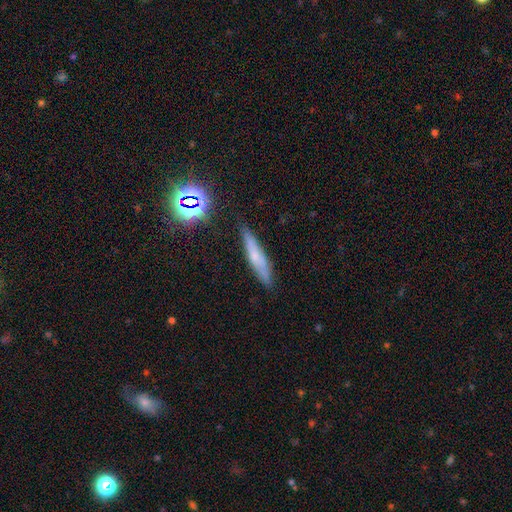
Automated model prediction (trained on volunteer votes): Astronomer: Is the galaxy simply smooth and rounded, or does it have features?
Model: smooth — 52% (runner-up: featured or disk, 34%).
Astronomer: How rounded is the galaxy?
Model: cigar-shaped — 87%.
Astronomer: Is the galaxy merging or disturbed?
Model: none — 81%.